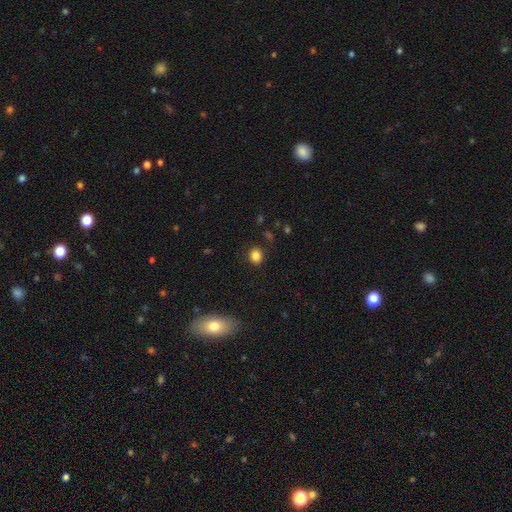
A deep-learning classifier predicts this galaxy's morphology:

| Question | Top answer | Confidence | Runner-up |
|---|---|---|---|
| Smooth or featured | smooth | 84% | star or artifact (11%) |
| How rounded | round | 61% | in between (38%) |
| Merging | none | 85% | minor disturbance (10%) |